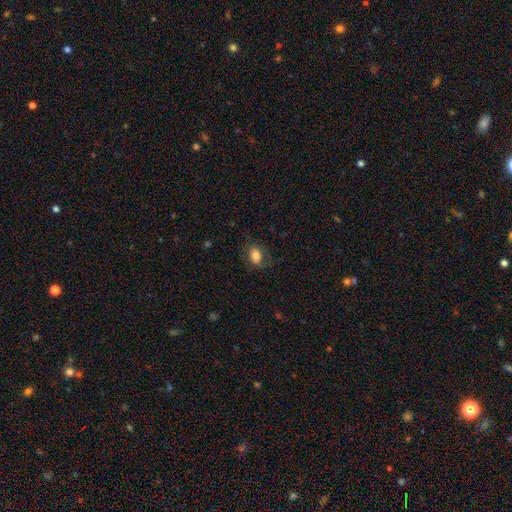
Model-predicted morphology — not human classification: A smooth galaxy with no disk features (78%) that is in between round and cigar-shaped (82%).

Vote fractions:
- Smooth or featured? smooth: 78% / featured or disk: 14% / star or artifact: 9%
- How rounded? in between: 82% / round: 17% / cigar-shaped: 2%
- Merging? none: 68% / minor disturbance: 20% / major disturbance: 11% / merger: 1%